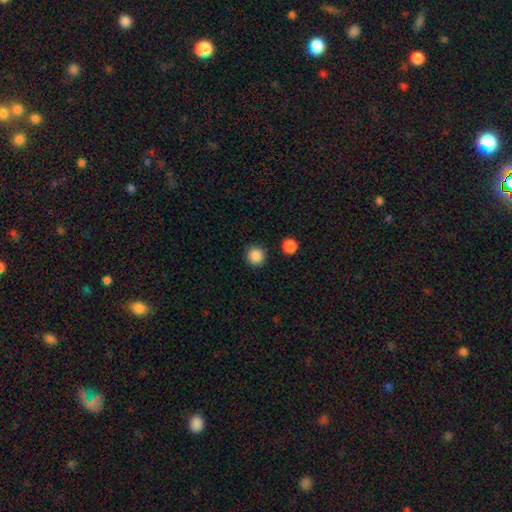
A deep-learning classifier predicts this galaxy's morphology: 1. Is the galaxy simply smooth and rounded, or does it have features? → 88% smooth, 10% star or artifact, 3% featured or disk.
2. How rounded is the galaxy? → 94% round, 5% in between, 1% cigar-shaped.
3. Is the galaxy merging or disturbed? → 90% none, 5% minor disturbance, 2% merger, 2% major disturbance.